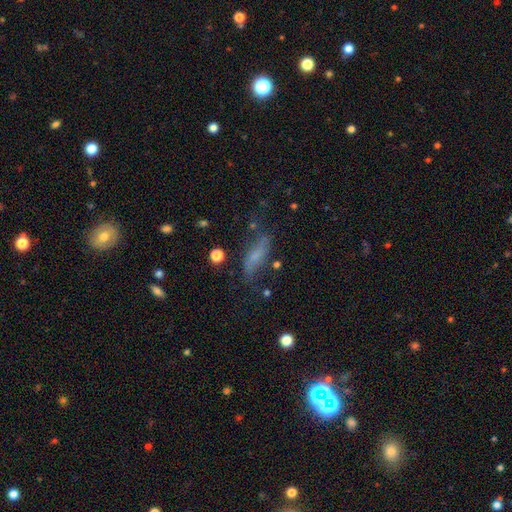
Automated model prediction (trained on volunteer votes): Smooth or featured? smooth (52%)
How rounded? in between (51%)
Merging? none (57%)